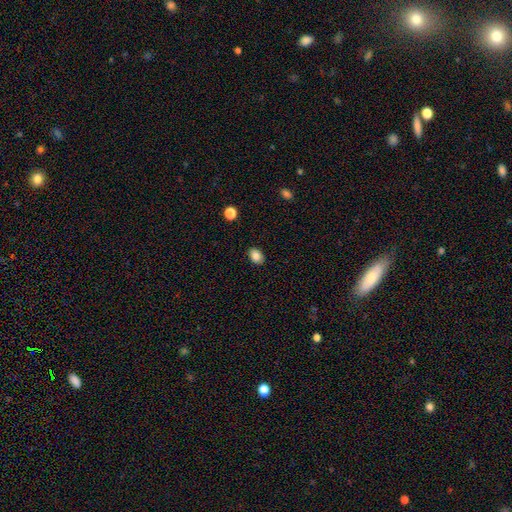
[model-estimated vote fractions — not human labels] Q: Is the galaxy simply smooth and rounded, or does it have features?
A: smooth — 85%.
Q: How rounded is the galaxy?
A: in between — 72%.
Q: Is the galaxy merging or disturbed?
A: none — 88%.